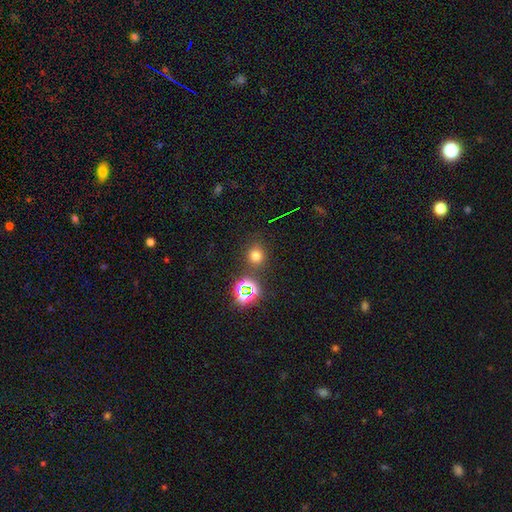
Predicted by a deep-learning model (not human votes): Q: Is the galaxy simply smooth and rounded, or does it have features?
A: smooth — 68%.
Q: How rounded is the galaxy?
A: round — 83%.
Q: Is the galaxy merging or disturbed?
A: none — 81%.